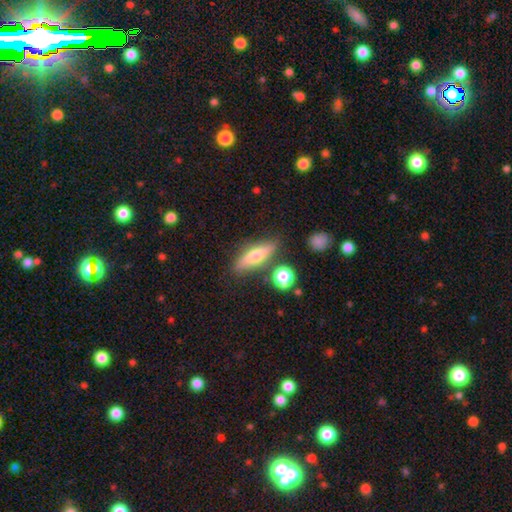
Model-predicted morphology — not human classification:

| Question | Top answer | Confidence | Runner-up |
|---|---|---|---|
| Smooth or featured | smooth | 53% | featured or disk (39%) |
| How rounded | cigar-shaped | 60% | in between (36%) |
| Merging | none | 78% | minor disturbance (13%) |